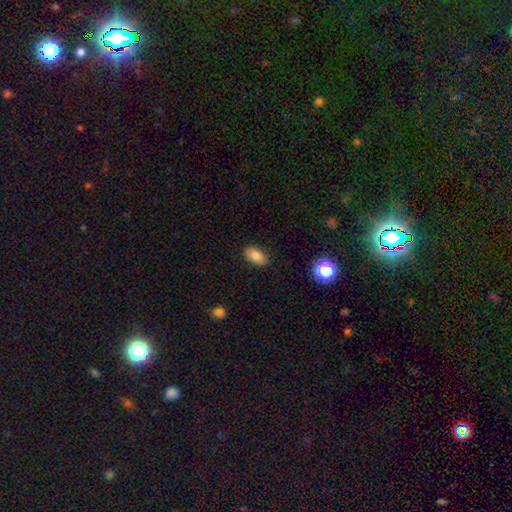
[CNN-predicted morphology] This appears to be a smooth galaxy with no disk features (84%) that is in between round and cigar-shaped (91%). Merging: none (86%).